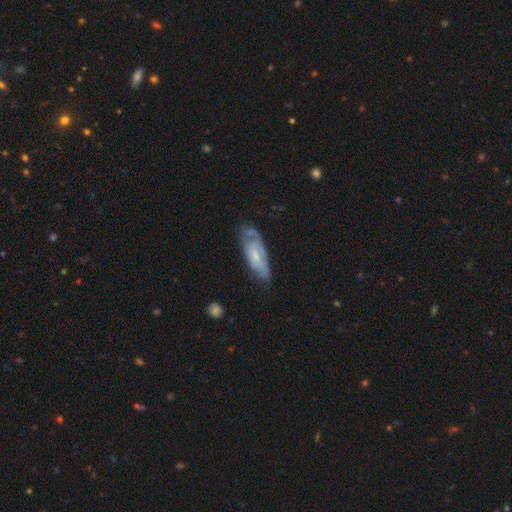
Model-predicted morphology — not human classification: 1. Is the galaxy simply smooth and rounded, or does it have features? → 54% featured or disk, 39% smooth, 6% star or artifact.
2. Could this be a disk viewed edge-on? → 80% no, 20% yes.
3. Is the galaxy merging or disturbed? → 56% none, 30% minor disturbance, 12% major disturbance, 3% merger.